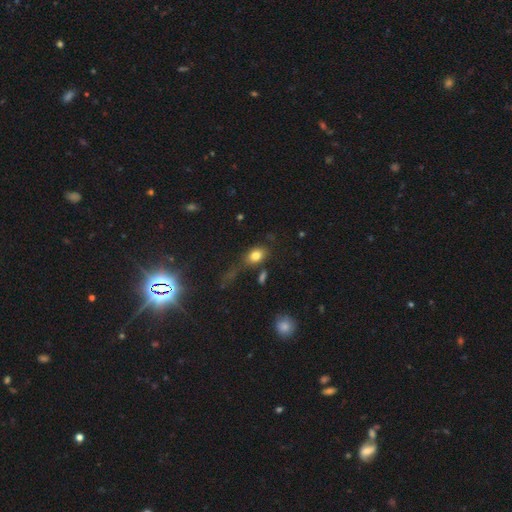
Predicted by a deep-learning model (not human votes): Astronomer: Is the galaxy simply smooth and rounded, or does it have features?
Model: smooth — 80%.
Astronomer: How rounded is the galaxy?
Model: in between — 75%.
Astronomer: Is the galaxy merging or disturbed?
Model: none — 56%.